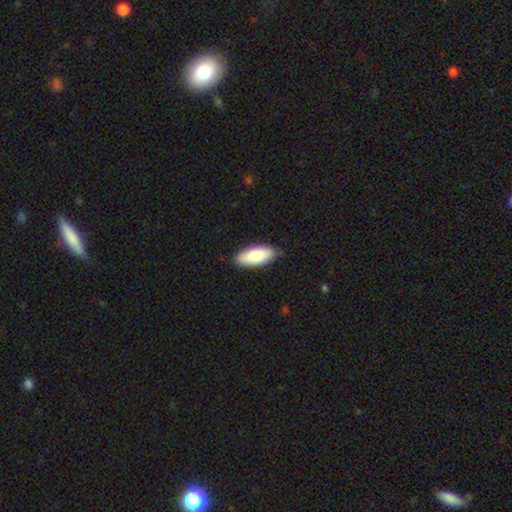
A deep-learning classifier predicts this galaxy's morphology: The model was most divided on "merging": none: 85%, minor disturbance: 12%, major disturbance: 2%, merger: 1%. More confident: how rounded — in between (86%); smooth or featured — smooth (84%).